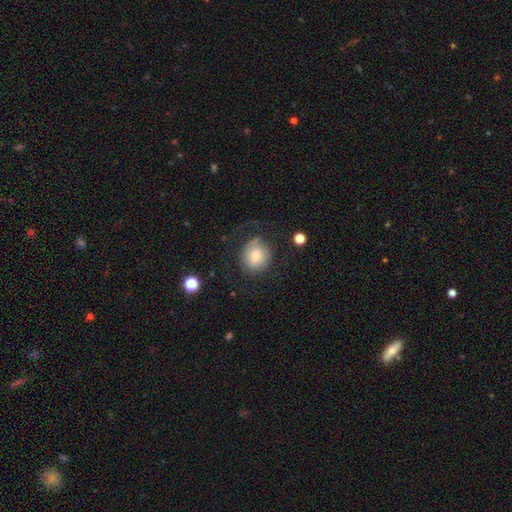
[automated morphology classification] smooth 63%, featured or disk 27%, star or artifact 10%. Down the decision tree: how rounded — round (85%); merging — none (64%).